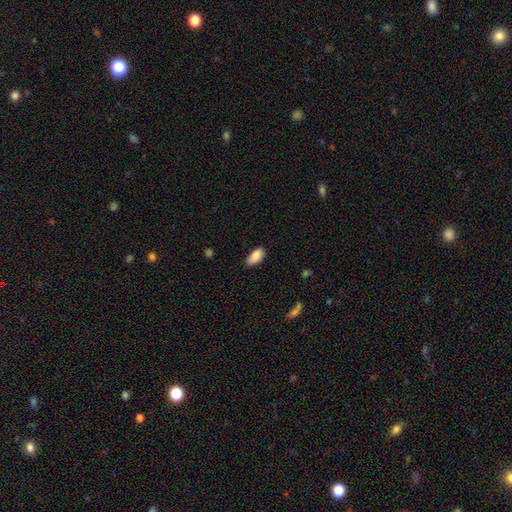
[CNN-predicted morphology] smooth_or_featured: smooth (p=0.88) [alt: star or artifact p=0.07]
how_rounded: in between (p=0.92) [alt: cigar-shaped p=0.06]
merging: none (p=0.76) [alt: minor disturbance p=0.20]